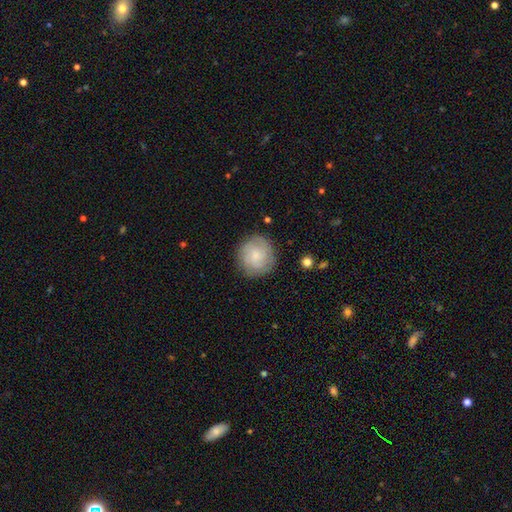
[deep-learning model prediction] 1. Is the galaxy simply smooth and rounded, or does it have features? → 48% smooth, 44% featured or disk, 8% star or artifact.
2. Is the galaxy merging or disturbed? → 83% none, 12% minor disturbance, 4% major disturbance, 1% merger.